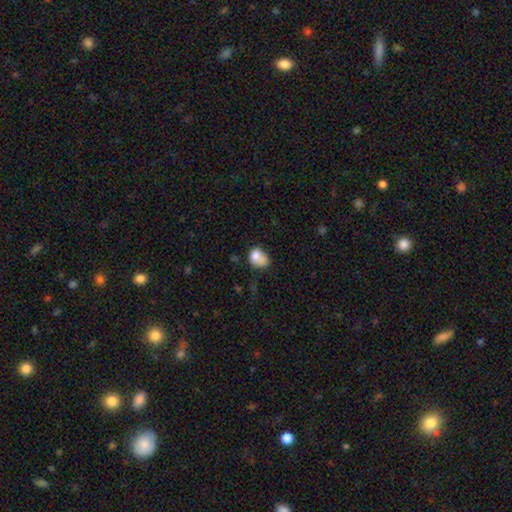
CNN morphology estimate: Smooth or featured?
  - smooth: 77% *
  - featured or disk: 14%
  - star or artifact: 10%
How rounded?
  - in between: 62% *
  - round: 37%
  - cigar-shaped: 1%
Merging?
  - none: 31% *
  - minor disturbance: 28%
  - merger: 24%
  - major disturbance: 16%